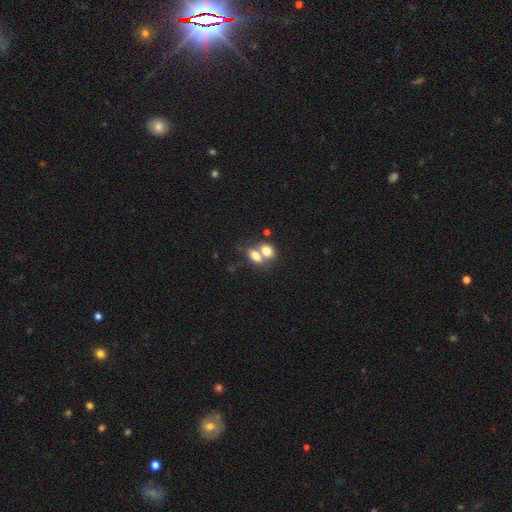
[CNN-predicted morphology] A smooth galaxy with no disk features (76%) that is in between round and cigar-shaped (77%). Merging: merger (60%).